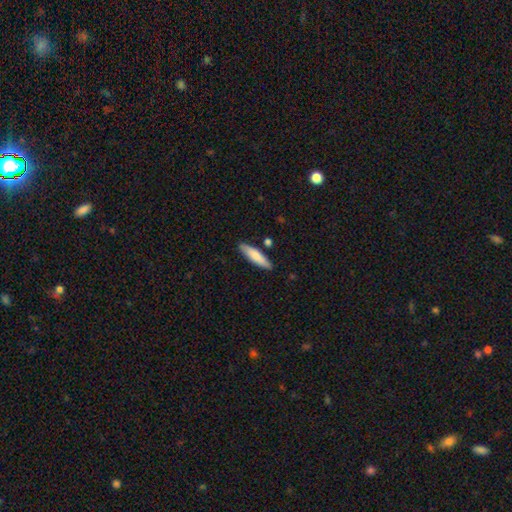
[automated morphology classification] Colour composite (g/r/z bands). It shows a smooth galaxy with no disk features (77%) that is cigar-shaped (70%). Merging: none (85%).